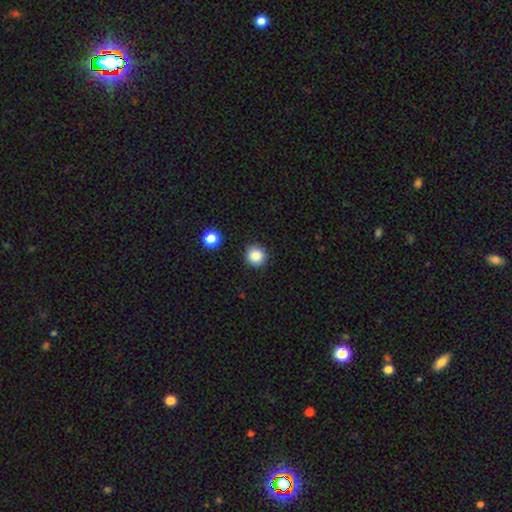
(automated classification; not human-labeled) Morphology: type=smooth (86%); roundness=round (95%); merging=none (91%).